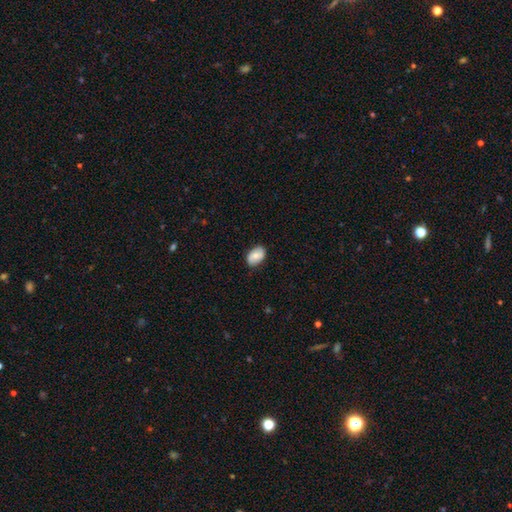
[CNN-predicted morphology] Q: Smooth or featured?
A: smooth (70%); runner-up: featured or disk (23%)
Q: How rounded?
A: in between (88%); runner-up: round (10%)
Q: Merging?
A: none (83%); runner-up: minor disturbance (14%)